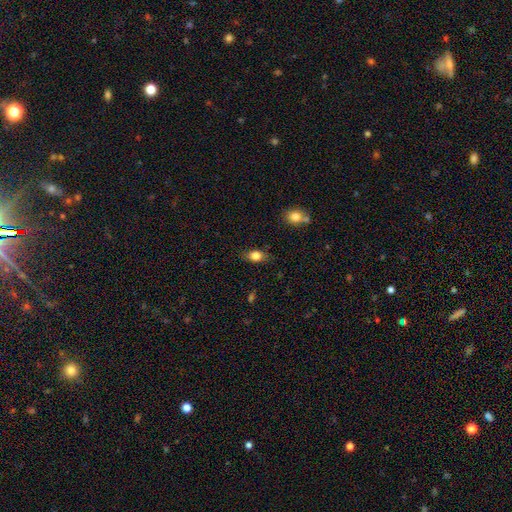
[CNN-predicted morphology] This is clearly a smooth galaxy (83%). How rounded: likely in between (76%). Merging: clearly none (80%).